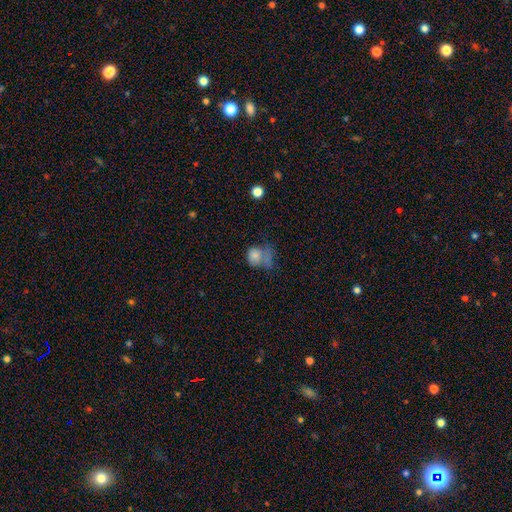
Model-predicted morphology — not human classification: Smooth or featured: smooth — 74% (featured or disk — 14%)
How rounded: round — 64% (in between — 35%)
Merging: none — 32% (major disturbance — 24%)